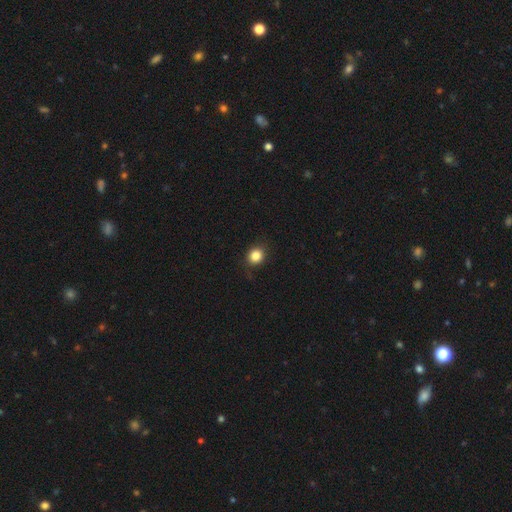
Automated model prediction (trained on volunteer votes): Q: Smooth or featured?
A: smooth (84%); runner-up: star or artifact (11%)
Q: How rounded?
A: round (79%); runner-up: in between (20%)
Q: Merging?
A: none (86%); runner-up: minor disturbance (11%)